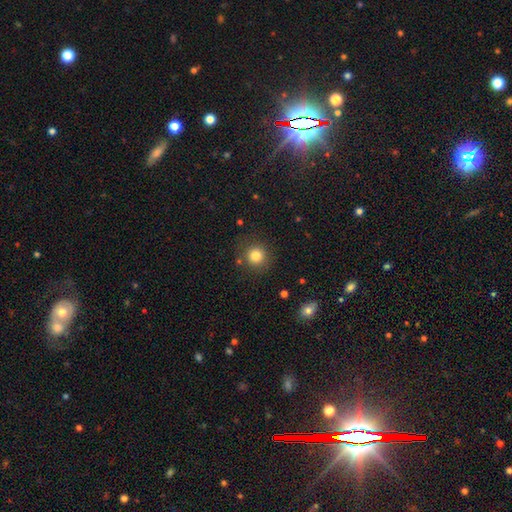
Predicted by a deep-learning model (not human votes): A smooth galaxy with no disk features (81%) that is round (92%).

Vote fractions:
- Smooth or featured? smooth: 81% / star or artifact: 12% / featured or disk: 7%
- How rounded? round: 92% / in between: 7% / cigar-shaped: 1%
- Merging? none: 84% / minor disturbance: 9% / major disturbance: 4% / merger: 3%